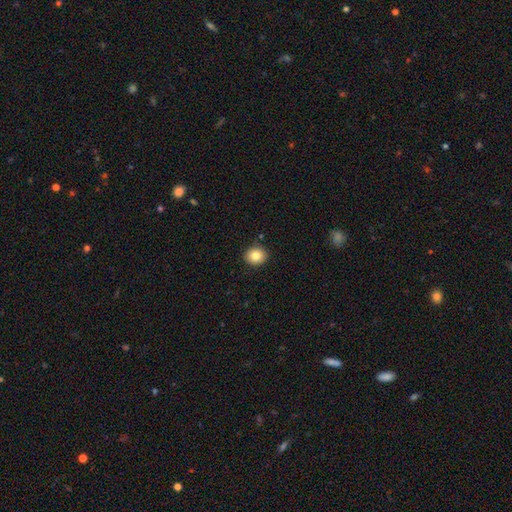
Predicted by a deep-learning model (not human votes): Smooth or featured? smooth (83%)
How rounded? round (77%)
Merging? none (90%)